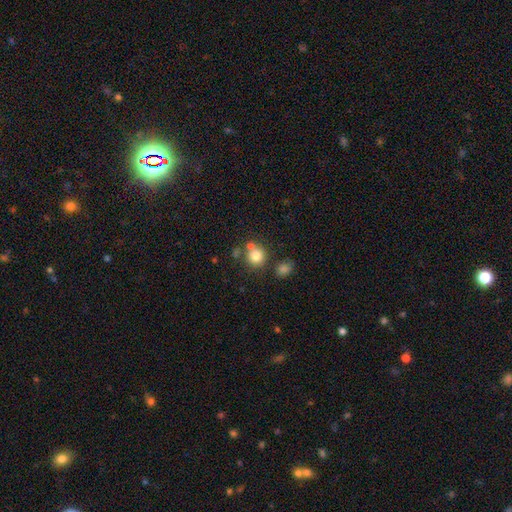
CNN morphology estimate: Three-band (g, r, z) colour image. It shows a smooth galaxy with no disk features (80%) that is round (88%). Merging: none (60%).